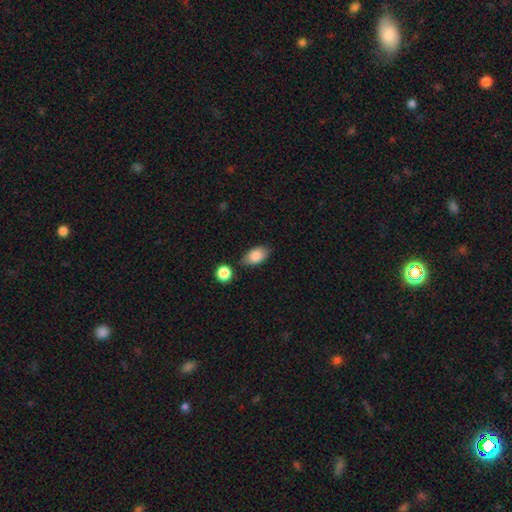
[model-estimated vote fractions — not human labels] This is clearly a smooth galaxy (85%). How rounded: clearly in between (90%). Merging: likely none (75%).